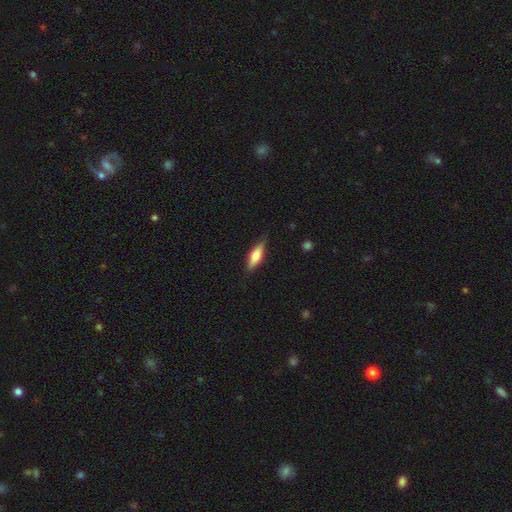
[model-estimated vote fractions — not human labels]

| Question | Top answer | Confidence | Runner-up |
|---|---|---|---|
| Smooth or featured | smooth | 67% | featured or disk (27%) |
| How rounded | in between | 50% | cigar-shaped (48%) |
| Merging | none | 81% | minor disturbance (15%) |